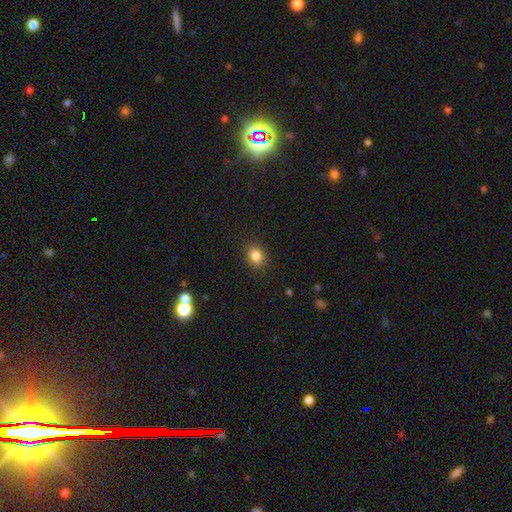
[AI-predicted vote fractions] Smooth or featured? Predicted: smooth (p=0.84). How rounded? Predicted: round (p=0.68). Merging? Predicted: none (p=0.89).